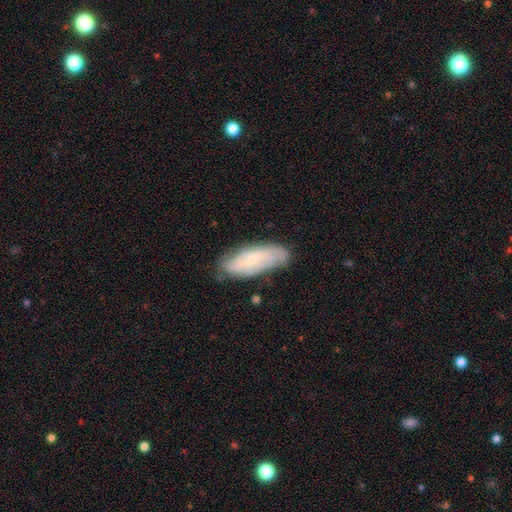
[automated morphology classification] A featured or disk galaxy (54%).

Vote fractions:
- Smooth or featured? featured or disk: 54% / smooth: 40% / star or artifact: 6%
- Edge-on disk? no: 88% / yes: 12%
- Merging? none: 65% / minor disturbance: 26% / major disturbance: 7% / merger: 2%